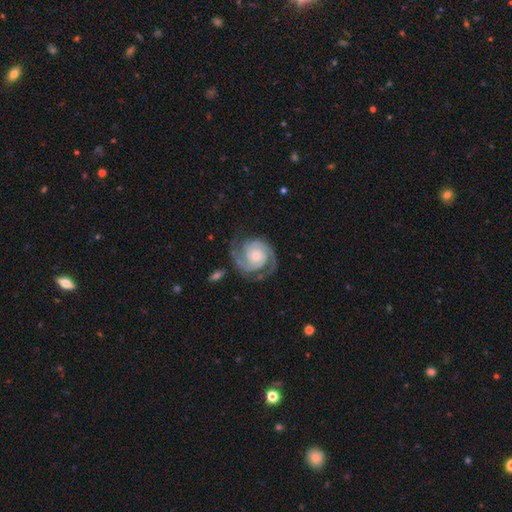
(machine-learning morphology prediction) smooth-or-featured: featured or disk: 92% | star or artifact: 4% | smooth: 4%
  disk-edge-on: no: 98% | yes: 2%
    bar: no: 75% | weak: 19% | strong: 7%
    has-spiral-arms: yes: 98% | no: 2%
      spiral-winding: tight: 60% | medium: 35% | loose: 6%
      spiral-arm-count: 2: 89% | 3: 4% | can't tell: 2% | 1: 1% | 4: 1% | more than 4: 1%
    bulge-size: small: 58% | moderate: 33% | large: 4% | none: 4% | dominant: 1%
  merging: none: 77% | minor disturbance: 14% | major disturbance: 6% | merger: 2%